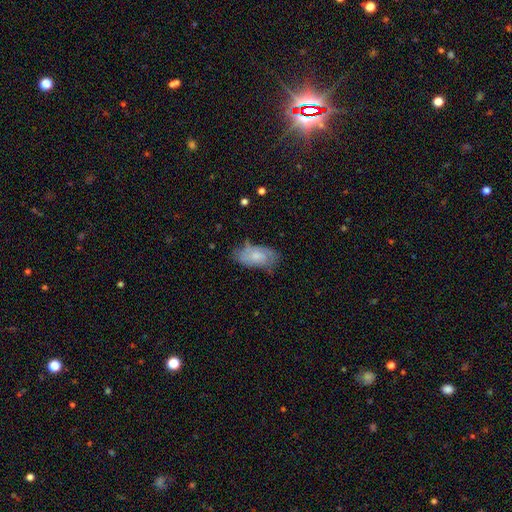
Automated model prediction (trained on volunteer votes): A smooth galaxy with no disk features (51%) that is in between round and cigar-shaped (92%). Merging: none (59%).